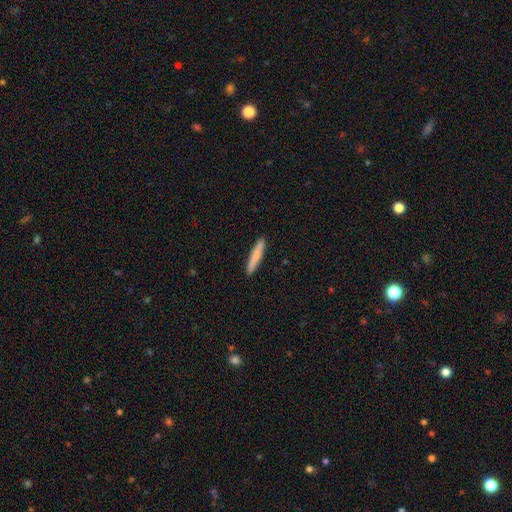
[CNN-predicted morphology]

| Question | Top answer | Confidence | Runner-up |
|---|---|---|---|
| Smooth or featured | smooth | 79% | featured or disk (15%) |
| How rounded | cigar-shaped | 94% | in between (5%) |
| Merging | none | 91% | minor disturbance (6%) |